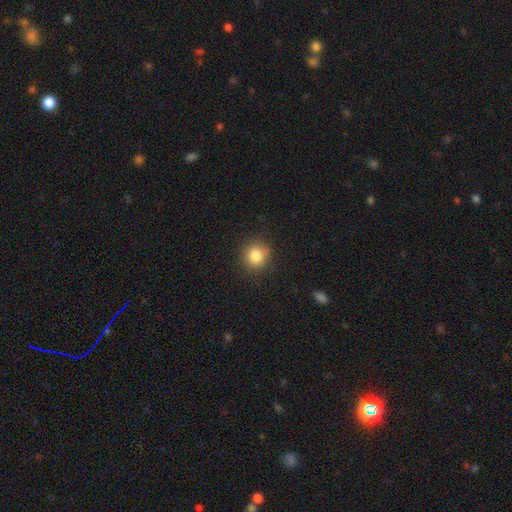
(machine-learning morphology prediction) type=smooth (84%); roundness=round (88%); merging=none (89%).